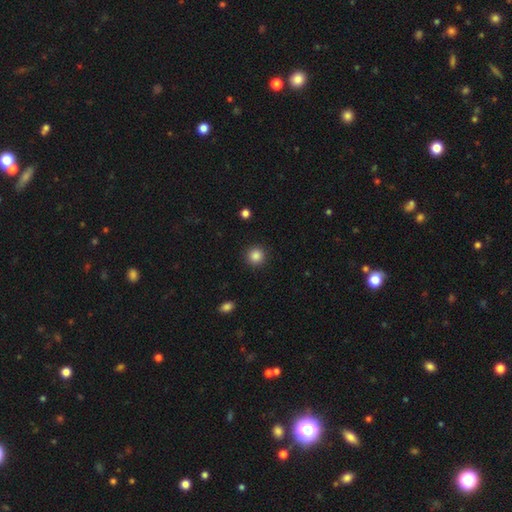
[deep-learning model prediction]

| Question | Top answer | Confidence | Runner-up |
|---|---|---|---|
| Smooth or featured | smooth | 86% | star or artifact (10%) |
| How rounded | round | 94% | in between (5%) |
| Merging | none | 92% | minor disturbance (5%) |